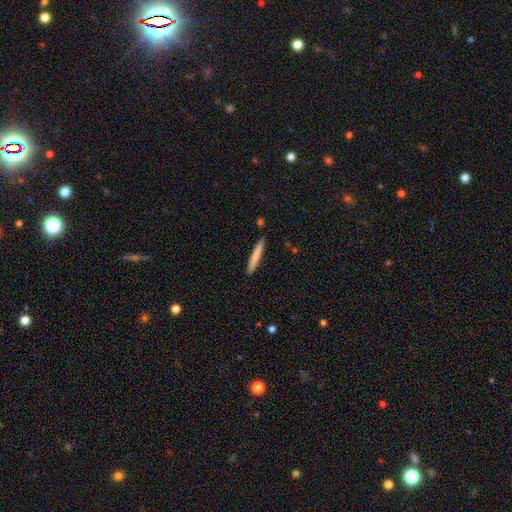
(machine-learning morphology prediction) smooth_or_featured: smooth (p=0.75) [alt: featured or disk p=0.19]
how_rounded: cigar-shaped (p=0.96) [alt: in between p=0.03]
merging: none (p=0.89) [alt: minor disturbance p=0.07]